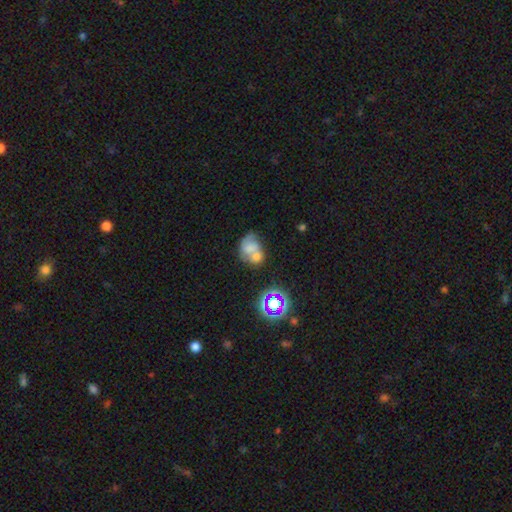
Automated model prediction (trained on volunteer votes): This appears to be a smooth galaxy with no disk features (48%). Merging: merger (60%).